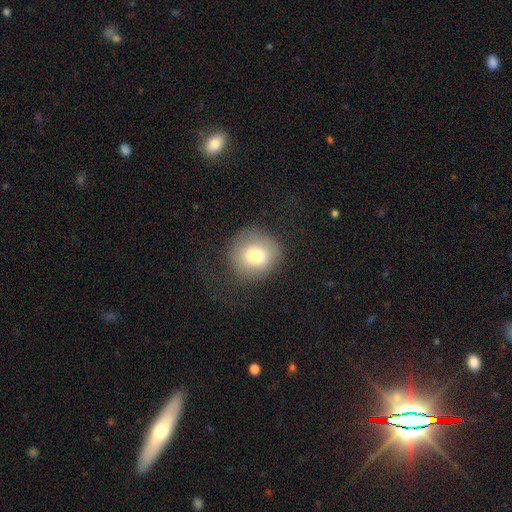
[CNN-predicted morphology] A smooth galaxy with no disk features (75%) that is round (90%). Merging: none (75%).